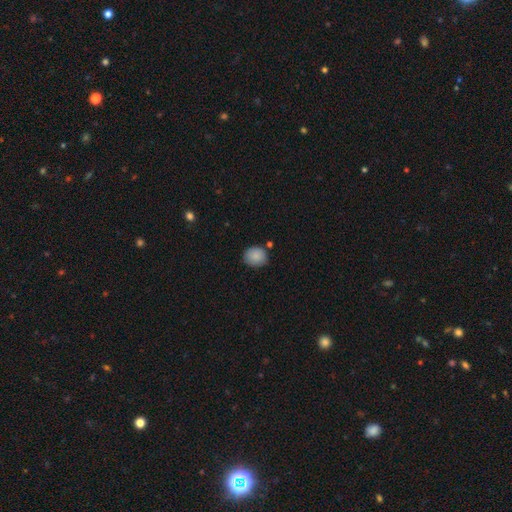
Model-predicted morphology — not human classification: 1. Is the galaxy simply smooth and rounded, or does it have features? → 87% smooth, 8% star or artifact, 5% featured or disk.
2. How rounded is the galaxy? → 72% round, 27% in between, 1% cigar-shaped.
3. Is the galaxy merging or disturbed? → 79% none, 13% minor disturbance, 5% merger, 3% major disturbance.